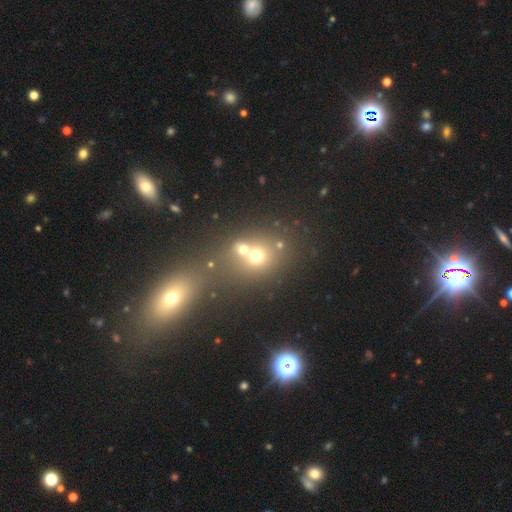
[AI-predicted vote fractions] Q: Smooth or featured?
A: smooth (61%); runner-up: star or artifact (22%)
Q: How rounded?
A: round (72%); runner-up: in between (26%)
Q: Merging?
A: merger (52%); runner-up: none (36%)